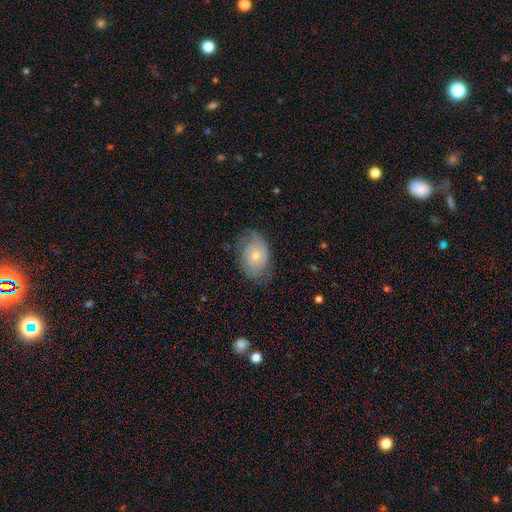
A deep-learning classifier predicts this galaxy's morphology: The model was most divided on "smooth or featured": featured or disk: 47%, smooth: 46%, star or artifact: 7%. More confident: merging — none (59%).